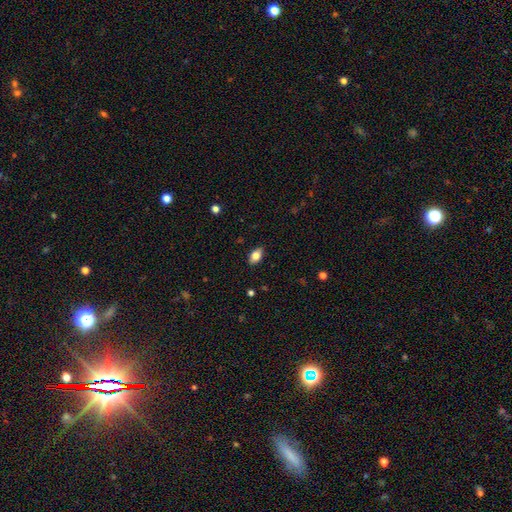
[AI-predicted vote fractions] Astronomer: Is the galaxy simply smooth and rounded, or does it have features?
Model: smooth — 79%.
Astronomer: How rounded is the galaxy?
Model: in between — 89%.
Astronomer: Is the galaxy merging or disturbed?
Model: none — 87%.